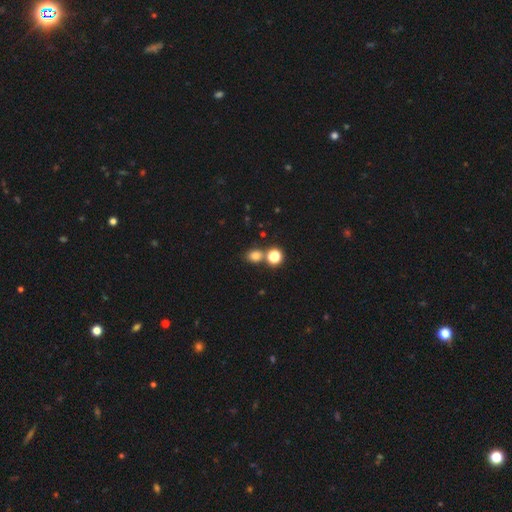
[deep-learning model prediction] A smooth galaxy with no disk features (75%) that is round (58%).

Vote fractions:
- Smooth or featured? smooth: 75% / star or artifact: 18% / featured or disk: 6%
- How rounded? round: 58% / in between: 41% / cigar-shaped: 1%
- Merging? none: 64% / merger: 23% / minor disturbance: 10% / major disturbance: 4%